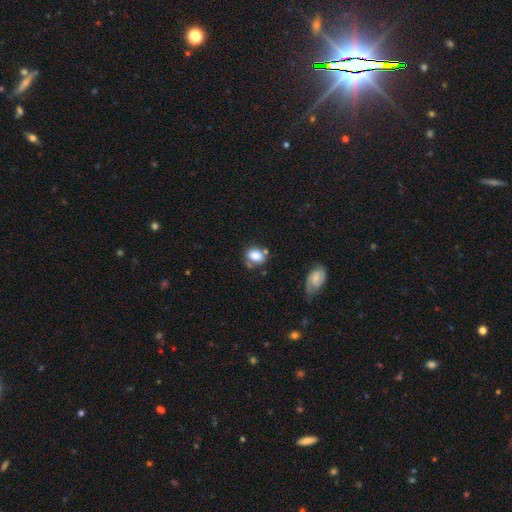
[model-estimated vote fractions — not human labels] This appears to be a smooth galaxy with no disk features (79%) that is in between round and cigar-shaped (65%). Merging: none (55%).